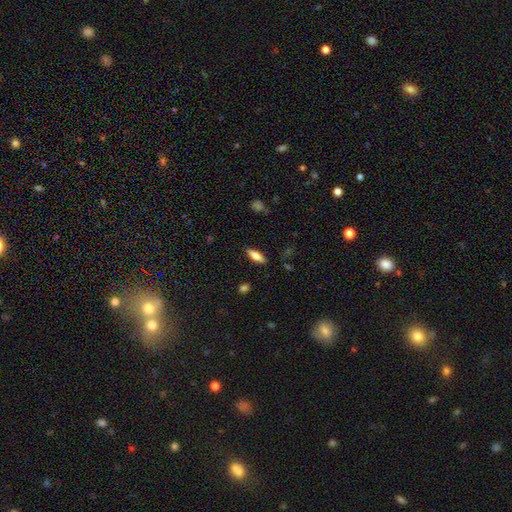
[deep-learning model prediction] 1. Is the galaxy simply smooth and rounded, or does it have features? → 68% smooth, 25% featured or disk, 7% star or artifact.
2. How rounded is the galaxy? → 53% in between, 45% cigar-shaped, 2% round.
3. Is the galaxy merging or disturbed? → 87% none, 9% minor disturbance, 2% major disturbance, 1% merger.